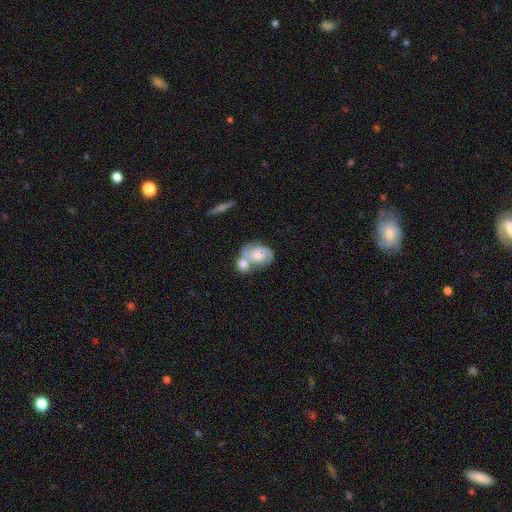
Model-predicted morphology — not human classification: Overall: featured or disk (64%; smooth 30%). Edge-on disk: no (97%). Bar: no (74%). Spiral arms: yes (85%). Spiral arm count: 2 (75%). Spiral winding: medium (44%; tight 40%). Bulge size: moderate (34%; small 31%). Merging: merger (59%; none 23%).